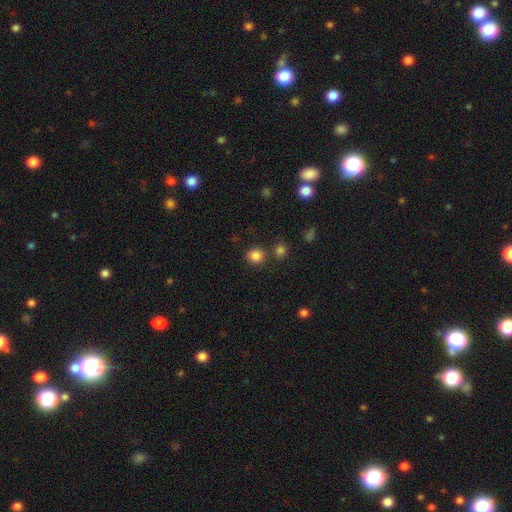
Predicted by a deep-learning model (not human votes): A smooth galaxy with no disk features (84%) that is round (85%).

Vote fractions:
- Smooth or featured? smooth: 84% / star or artifact: 12% / featured or disk: 4%
- How rounded? round: 85% / in between: 14% / cigar-shaped: 1%
- Merging? none: 79% / merger: 10% / minor disturbance: 8% / major disturbance: 3%